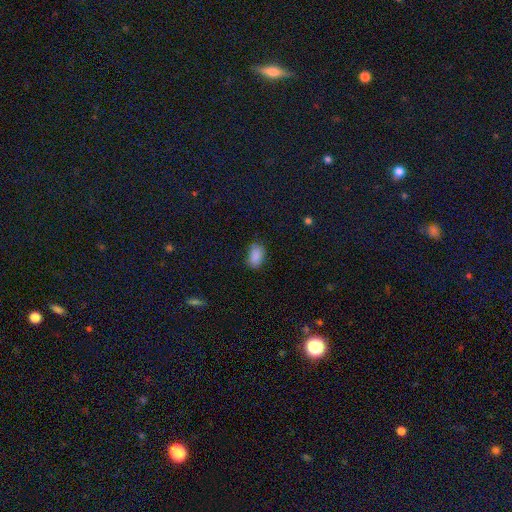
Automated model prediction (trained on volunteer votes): Overall: smooth (87%). How rounded: in between (89%). Merging: none (76%).